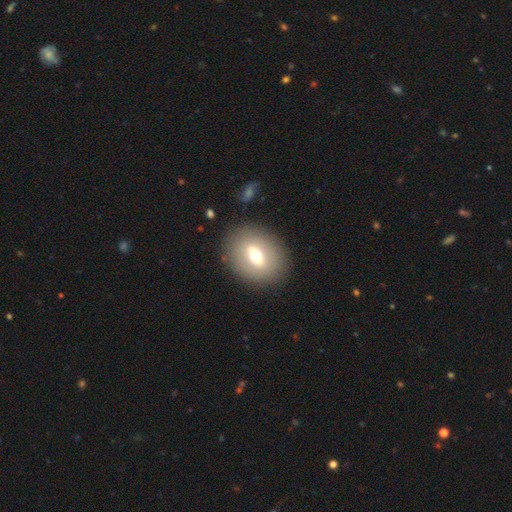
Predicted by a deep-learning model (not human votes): Smooth or featured: smooth — 58% (featured or disk — 33%)
How rounded: in between — 55% (round — 43%)
Merging: none — 85% (minor disturbance — 9%)